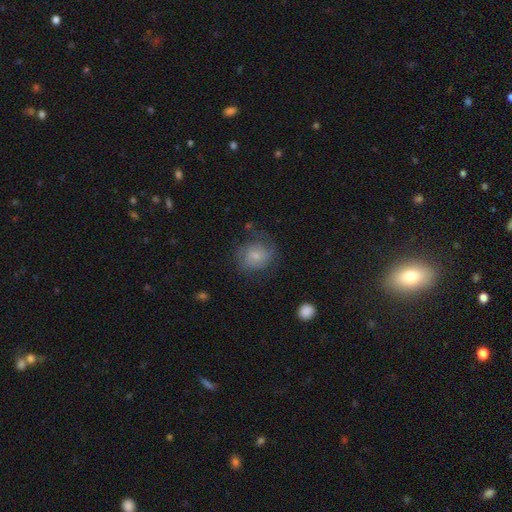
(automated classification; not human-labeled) smooth-or-featured: smooth: 57% | featured or disk: 34% | star or artifact: 9%
  how-rounded: round: 73% | in between: 26% | cigar-shaped: 1%
  merging: none: 62% | minor disturbance: 23% | major disturbance: 13% | merger: 2%